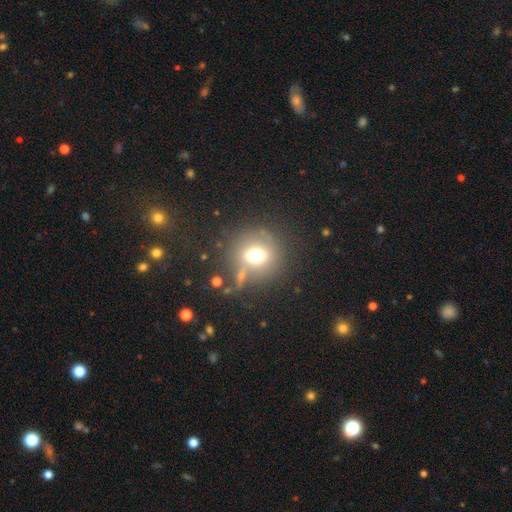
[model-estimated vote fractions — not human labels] A smooth galaxy with no disk features (63%) that is round (81%).

Vote fractions:
- Smooth or featured? smooth: 63% / featured or disk: 20% / star or artifact: 17%
- How rounded? round: 81% / in between: 18% / cigar-shaped: 1%
- Merging? none: 67% / minor disturbance: 14% / merger: 11% / major disturbance: 8%